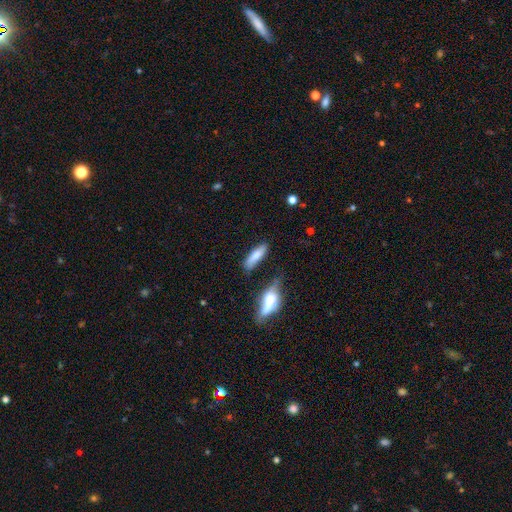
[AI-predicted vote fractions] Smooth or featured: smooth — 78% (featured or disk — 15%)
How rounded: cigar-shaped — 52% (in between — 46%)
Merging: none — 67% (minor disturbance — 19%)